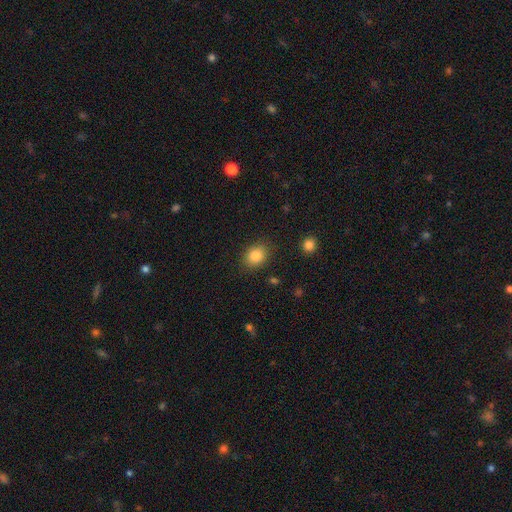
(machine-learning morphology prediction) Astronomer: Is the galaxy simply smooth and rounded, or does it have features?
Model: smooth — 84%.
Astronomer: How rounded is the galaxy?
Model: in between — 55% (runner-up: round, 44%).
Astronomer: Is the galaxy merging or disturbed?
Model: none — 85%.